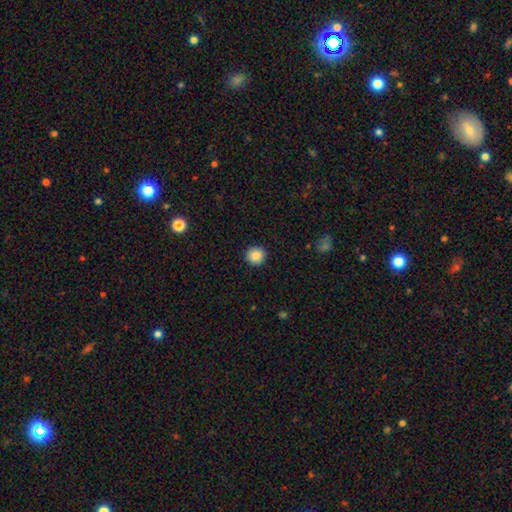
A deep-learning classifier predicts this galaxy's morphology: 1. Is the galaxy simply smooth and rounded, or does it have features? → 86% smooth, 9% star or artifact, 5% featured or disk.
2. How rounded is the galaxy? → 94% round, 5% in between, 1% cigar-shaped.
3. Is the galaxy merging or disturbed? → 93% none, 5% minor disturbance, 2% major disturbance, 1% merger.